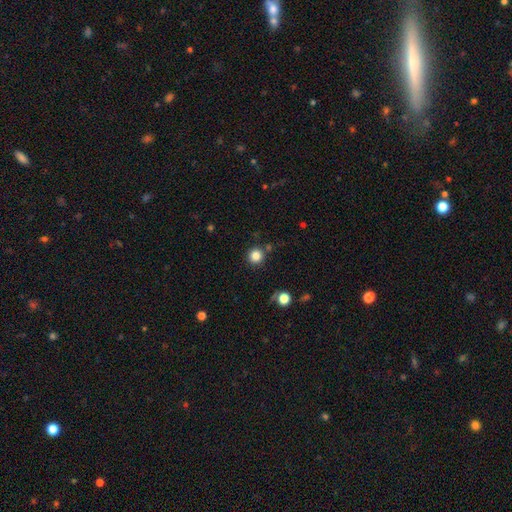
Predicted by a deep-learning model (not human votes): smooth_or_featured: smooth (p=0.83) [alt: star or artifact p=0.12]
how_rounded: round (p=0.94) [alt: in between p=0.05]
merging: none (p=0.86) [alt: minor disturbance p=0.07]